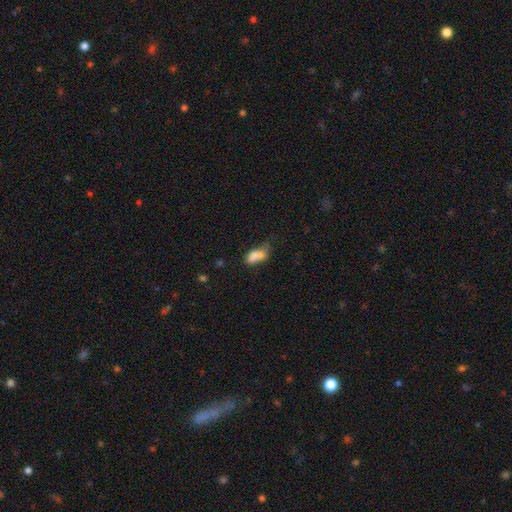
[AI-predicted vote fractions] This is likely a smooth galaxy (73%). How rounded: clearly in between (83%). Merging: marginally merger (42%).